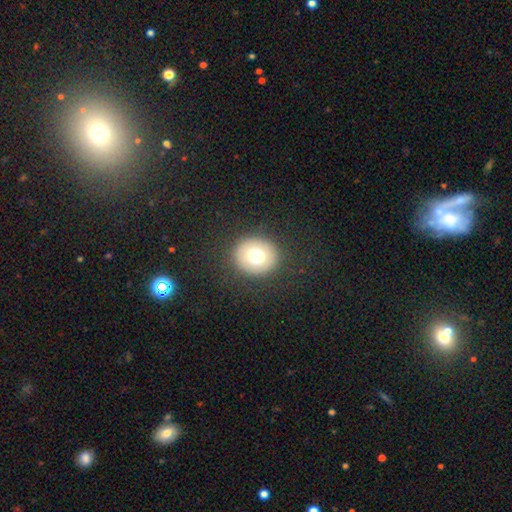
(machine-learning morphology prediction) Smooth or featured? smooth (72%)
How rounded? round (76%)
Merging? none (88%)